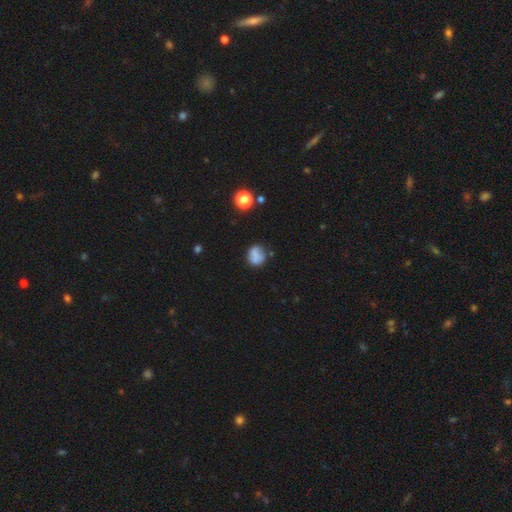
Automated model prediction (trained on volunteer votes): Smooth or featured? smooth (70%)
How rounded? round (67%)
Merging? none (56%)